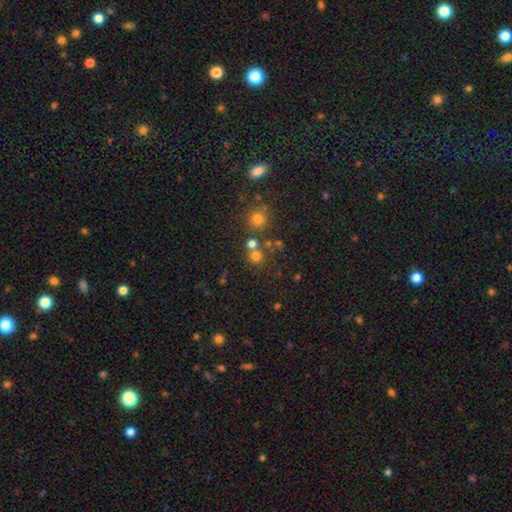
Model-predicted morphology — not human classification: type=smooth (70%); roundness=round (90%); merging=none (65%).